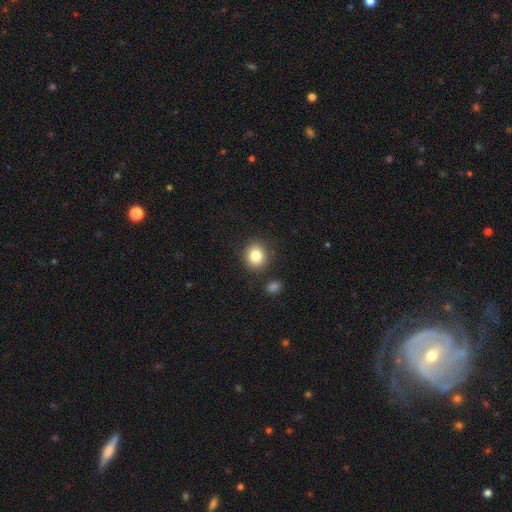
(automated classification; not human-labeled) Smooth or featured? smooth (83%)
How rounded? round (79%)
Merging? none (86%)